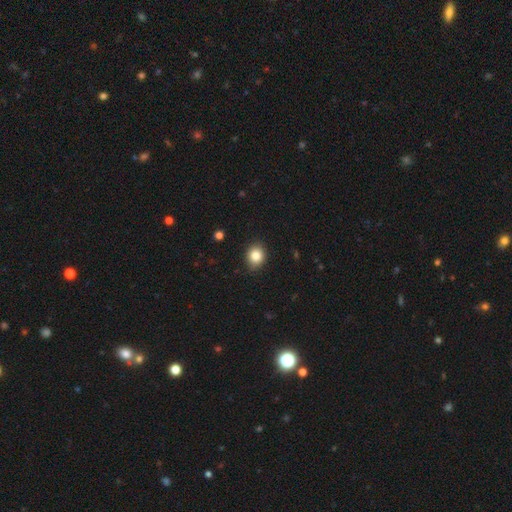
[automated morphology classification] smooth 84%, star or artifact 10%, featured or disk 6%. Down the decision tree: how rounded — round (62%); merging — none (88%).